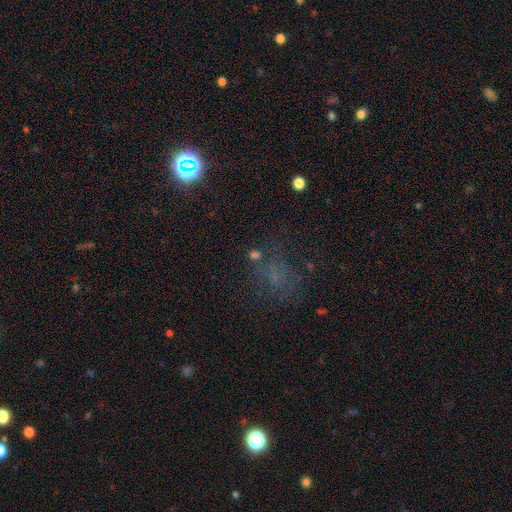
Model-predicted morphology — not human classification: Smooth or featured? smooth (42%)
Merging? none (54%)